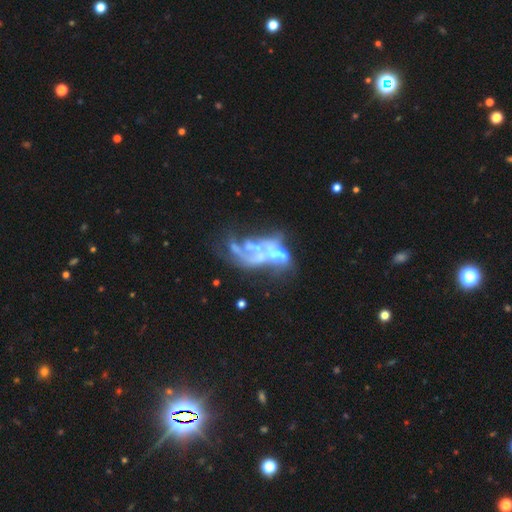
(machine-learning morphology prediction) Smooth or featured? Predicted: featured or disk (p=0.72). Edge-on disk? Predicted: no (p=0.97). Bar? Predicted: no (p=0.81). Spiral arms? Predicted: no (p=0.74). Bulge size? Predicted: none (p=0.48). Merging? Predicted: merger (p=0.44).